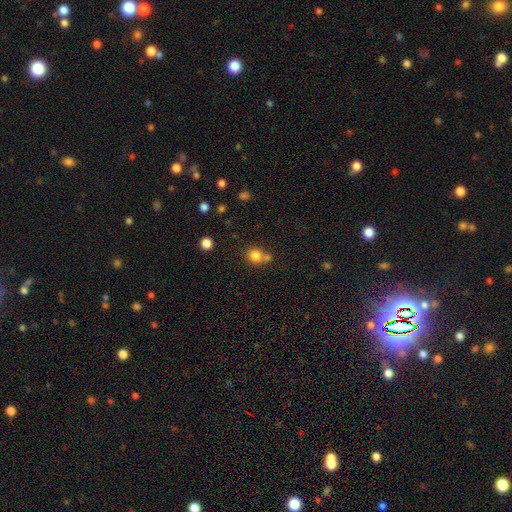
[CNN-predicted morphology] Overall: smooth (81%). How rounded: round (87%). Merging: none (56%; merger 31%).